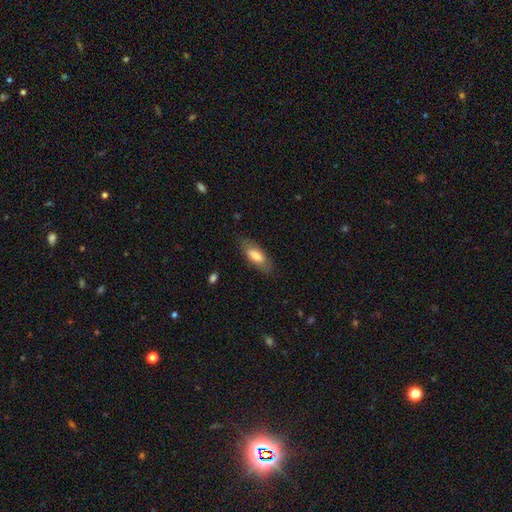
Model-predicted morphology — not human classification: The model was most divided on "smooth or featured": smooth: 72%, featured or disk: 22%, star or artifact: 6%. More confident: merging — none (80%); how rounded — in between (75%).